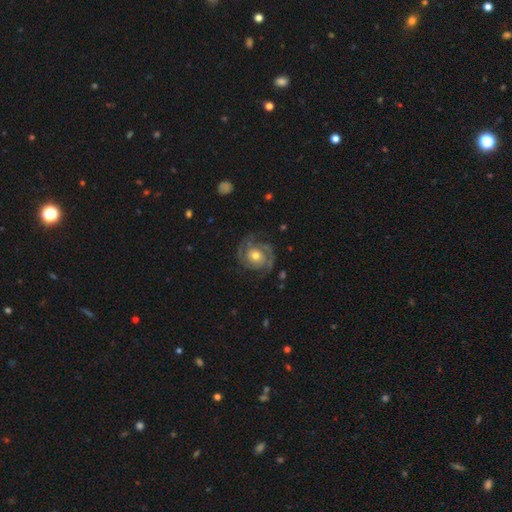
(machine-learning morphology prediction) featured or disk 89%, smooth 6%, star or artifact 5%. Down the decision tree: edge-on disk — no (98%); bar — no (76%); spiral arms — yes (97%); spiral arm count — 2 (74%); spiral winding — tight (56%); bulge size — moderate (69%); merging — none (79%).